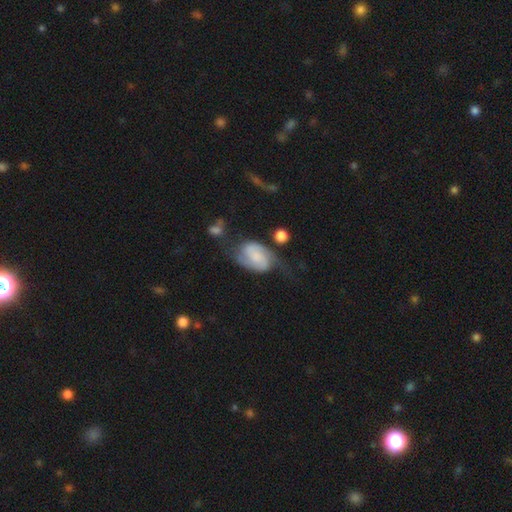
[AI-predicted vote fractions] Overall: featured or disk (66%; smooth 27%). Edge-on disk: no (97%). Bar: no (48%; weak 39%). Spiral arms: yes (91%). Spiral arm count: 2 (86%). Spiral winding: medium (43%; loose 33%). Bulge size: none (36%; small 32%). Merging: none (43%; minor disturbance 26%).